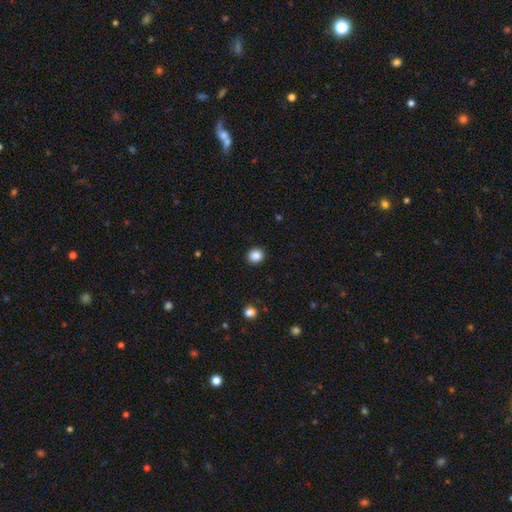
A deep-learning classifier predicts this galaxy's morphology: The model was most divided on "how rounded": round: 85%, in between: 14%, cigar-shaped: 1%. More confident: merging — none (92%); smooth or featured — smooth (87%).